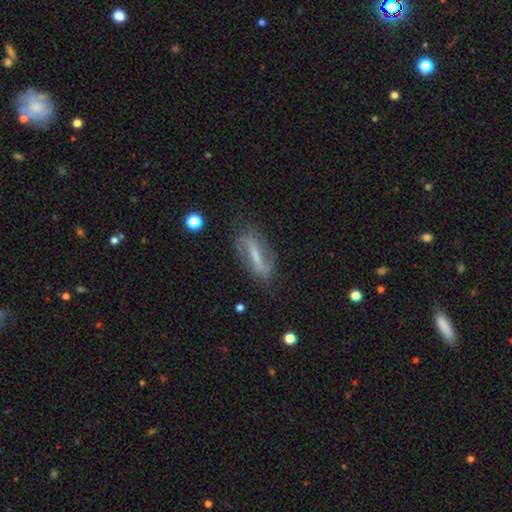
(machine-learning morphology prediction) A featured or disk galaxy (73%) with a strong bar (54%), 2 (87%) loose (67%) spiral arms (84%) and a small central bulge (52%). Merging: none (76%).